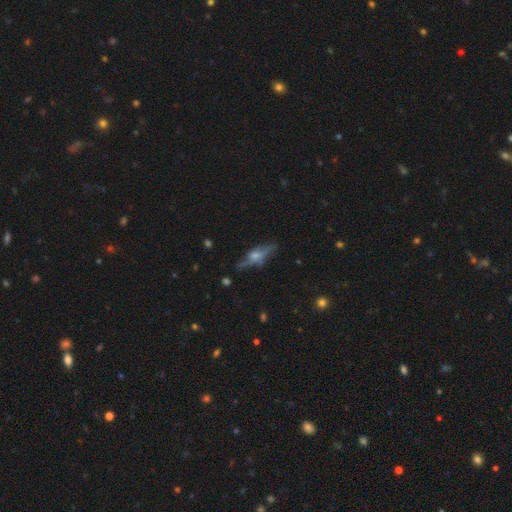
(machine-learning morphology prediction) Overall: featured or disk (69%). Edge-on disk: yes (91%). Edge-on bulge: rounded (85%). Merging: none (75%).